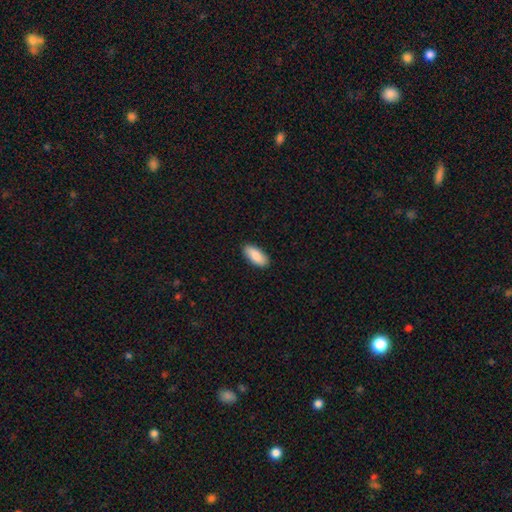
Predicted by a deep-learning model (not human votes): Smooth or featured: smooth — 89% (featured or disk — 6%)
How rounded: in between — 87% (cigar-shaped — 11%)
Merging: none — 90% (minor disturbance — 8%)